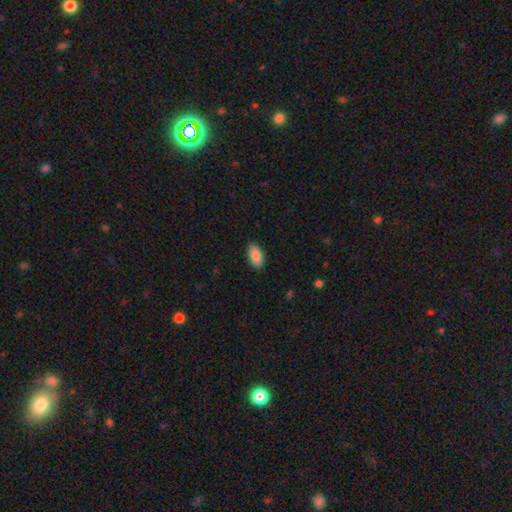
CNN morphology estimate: This appears to be a smooth galaxy with no disk features (87%) that is in between round and cigar-shaped (93%). Merging: none (88%).